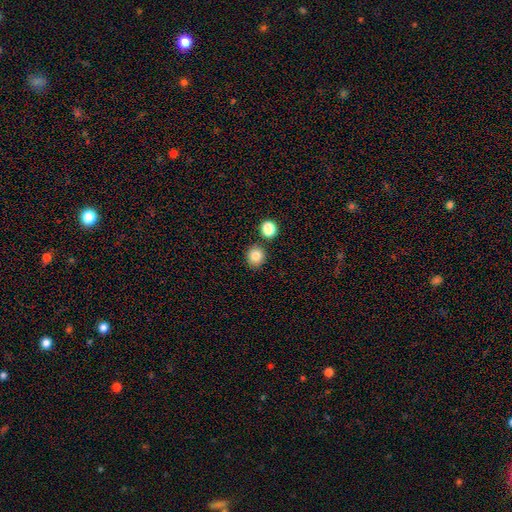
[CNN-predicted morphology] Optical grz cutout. It shows a smooth galaxy with no disk features (85%) that is round (84%). Merging: none (83%).